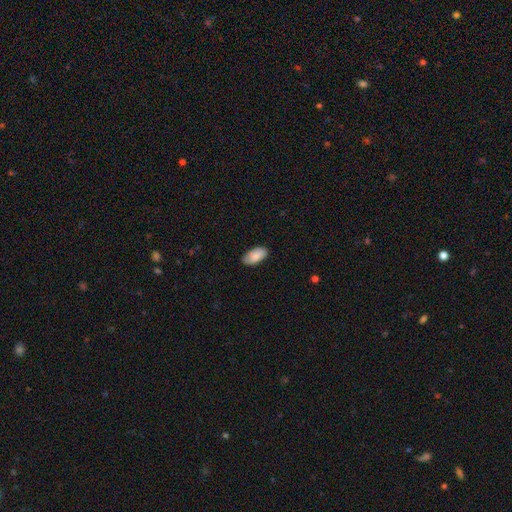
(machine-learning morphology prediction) Q: Smooth or featured?
A: smooth (86%); runner-up: featured or disk (8%)
Q: How rounded?
A: in between (94%); runner-up: cigar-shaped (4%)
Q: Merging?
A: none (82%); runner-up: minor disturbance (15%)